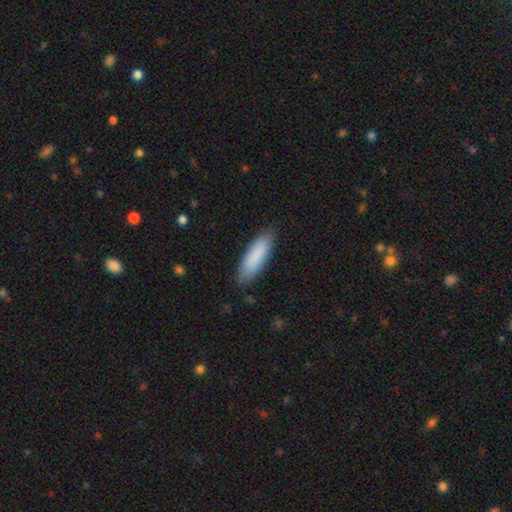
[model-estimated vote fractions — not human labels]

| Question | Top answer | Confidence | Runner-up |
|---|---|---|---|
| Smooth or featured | smooth | 87% | featured or disk (7%) |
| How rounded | cigar-shaped | 52% | in between (46%) |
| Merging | none | 86% | minor disturbance (11%) |